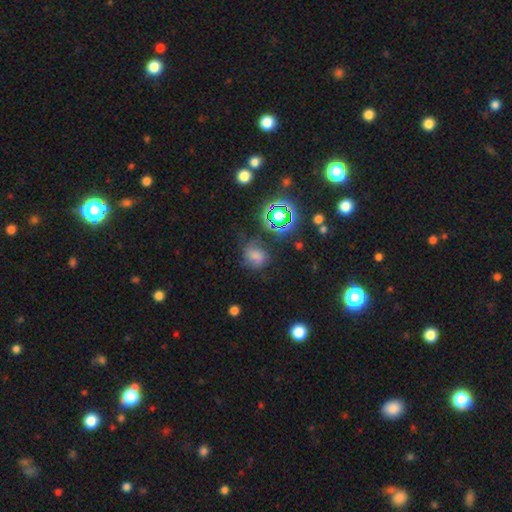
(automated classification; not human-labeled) Smooth or featured?
  - smooth: 49% *
  - featured or disk: 27%
  - star or artifact: 24%
Merging?
  - none: 54% *
  - minor disturbance: 24%
  - major disturbance: 18%
  - merger: 4%